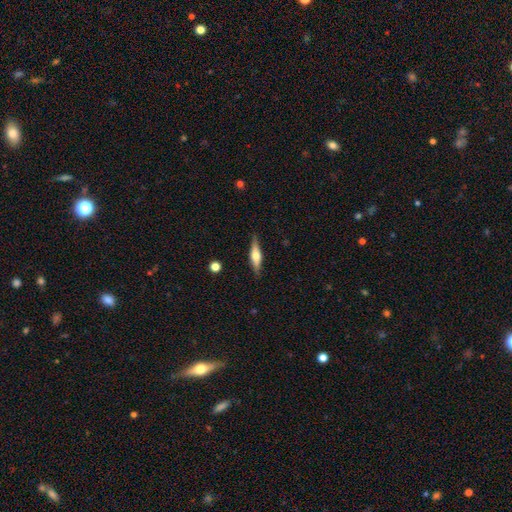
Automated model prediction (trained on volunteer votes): A featured or disk galaxy (57%) viewed edge-on (95%) with a rounded central bulge (87%).

Vote fractions:
- Smooth or featured? featured or disk: 57% / smooth: 37% / star or artifact: 6%
- Edge-on disk? yes: 95% / no: 5%
- Edge-on bulge? rounded: 87% / boxy: 10% / none: 3%
- Merging? none: 86% / minor disturbance: 10% / major disturbance: 2% / merger: 1%